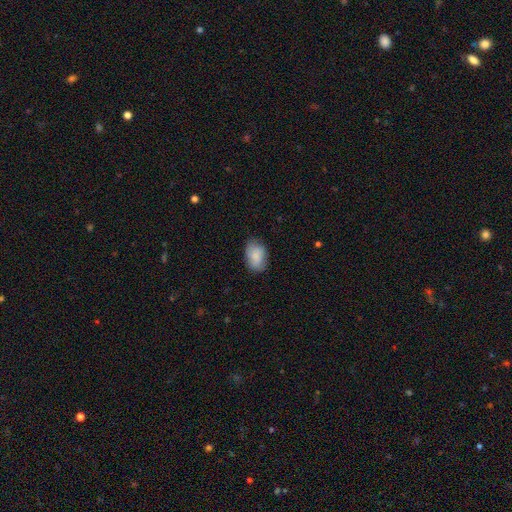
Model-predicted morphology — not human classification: smooth-or-featured: smooth: 85% | featured or disk: 9% | star or artifact: 6%
  how-rounded: in between: 88% | round: 11% | cigar-shaped: 1%
  merging: none: 75% | minor disturbance: 20% | major disturbance: 4% | merger: 1%